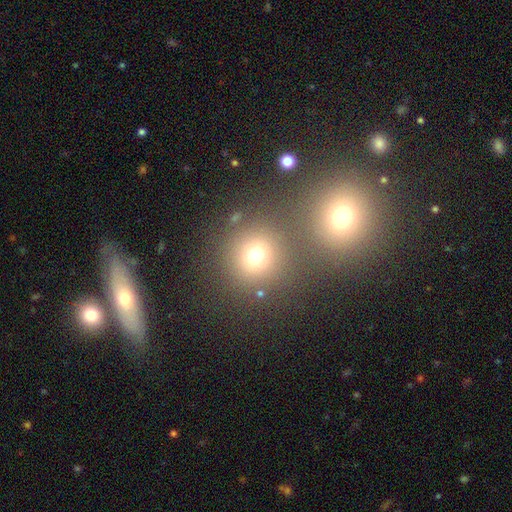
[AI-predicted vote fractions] This is likely a smooth galaxy (69%). How rounded: clearly round (91%). Merging: likely none (74%).